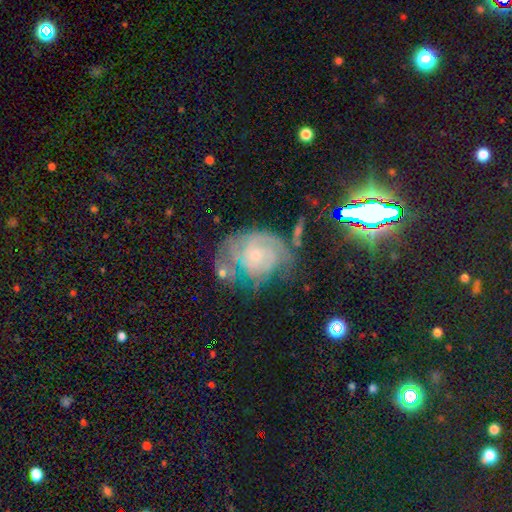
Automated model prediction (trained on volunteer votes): Smooth or featured: featured or disk — 77% (smooth — 12%)
Edge-on disk: no — 97% (yes — 3%)
Bar: no — 76% (weak — 20%)
Spiral arms: yes — 92% (no — 8%)
Spiral winding: tight — 68% (medium — 25%)
Spiral arm count: can't tell — 38% (2 — 24%)
Bulge size: small — 77% (moderate — 18%)
Merging: none — 50% (minor disturbance — 25%)